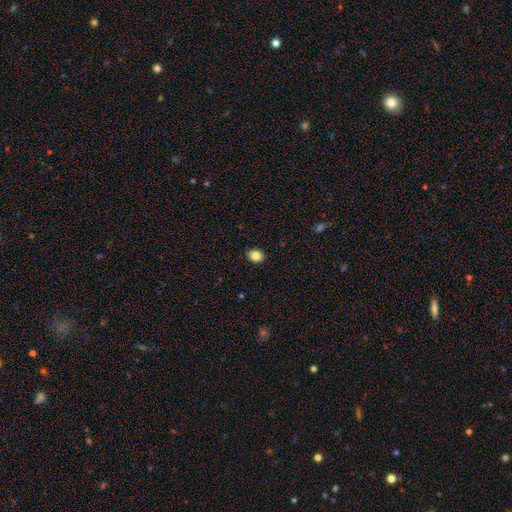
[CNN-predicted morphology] Smooth or featured?
  - smooth: 85% *
  - star or artifact: 9%
  - featured or disk: 5%
How rounded?
  - round: 50% * (tied)
  - in between: 50% * (tied)
  - cigar-shaped: 1%
Merging?
  - none: 89% *
  - minor disturbance: 8%
  - major disturbance: 2%
  - merger: 1%